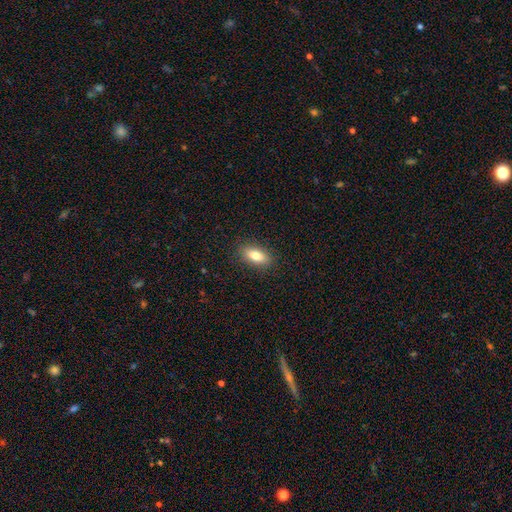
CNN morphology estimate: A smooth galaxy with no disk features (81%) that is in between round and cigar-shaped (85%). Merging: none (88%).